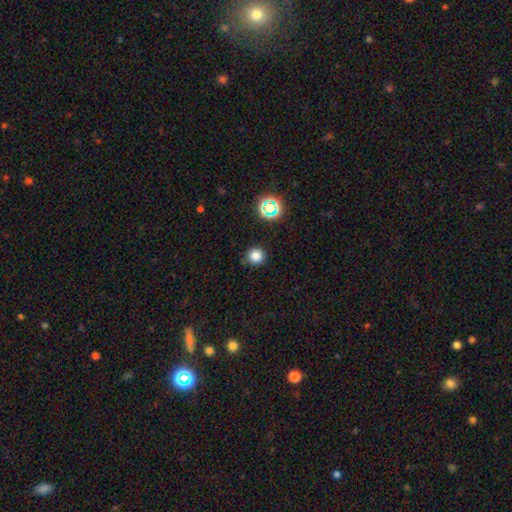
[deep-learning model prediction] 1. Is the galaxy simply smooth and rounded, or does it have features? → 77% smooth, 17% star or artifact, 5% featured or disk.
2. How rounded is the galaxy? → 94% round, 5% in between, 1% cigar-shaped.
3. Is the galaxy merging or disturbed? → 85% none, 9% minor disturbance, 3% major disturbance, 3% merger.